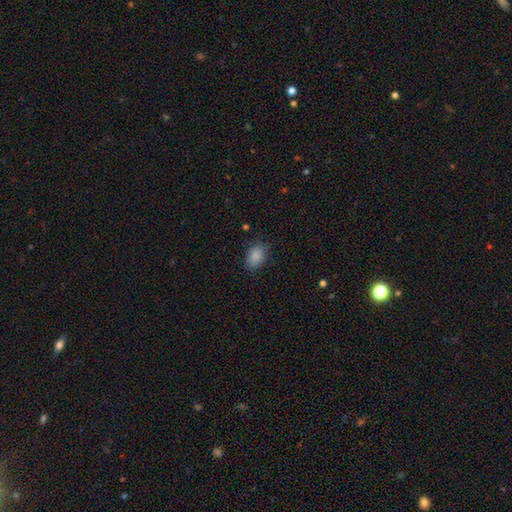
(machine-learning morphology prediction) smooth_or_featured: smooth (p=0.87) [alt: star or artifact p=0.09]
how_rounded: in between (p=0.82) [alt: round p=0.17]
merging: none (p=0.77) [alt: minor disturbance p=0.18]